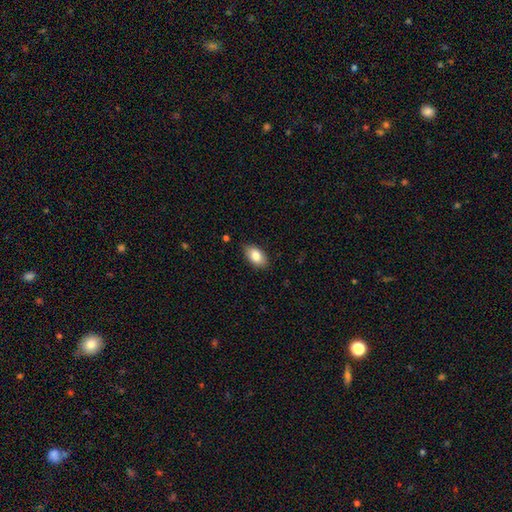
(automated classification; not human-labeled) A smooth galaxy with no disk features (83%) that is in between round and cigar-shaped (92%).

Vote fractions:
- Smooth or featured? smooth: 83% / featured or disk: 10% / star or artifact: 7%
- How rounded? in between: 92% / round: 6% / cigar-shaped: 2%
- Merging? none: 85% / minor disturbance: 12% / major disturbance: 2% / merger: 1%